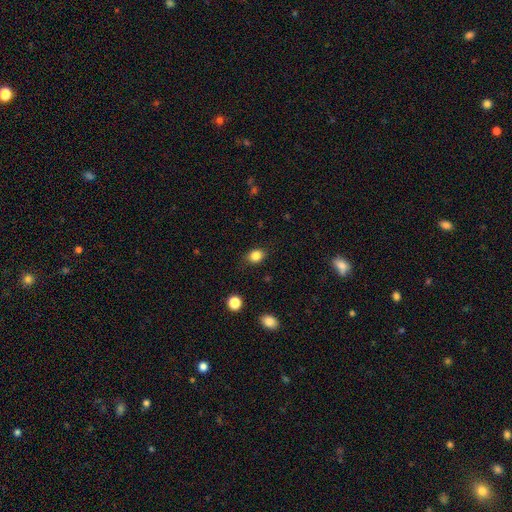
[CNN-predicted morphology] This appears to be a smooth galaxy with no disk features (84%) that is in between round and cigar-shaped (52%). Merging: none (85%).